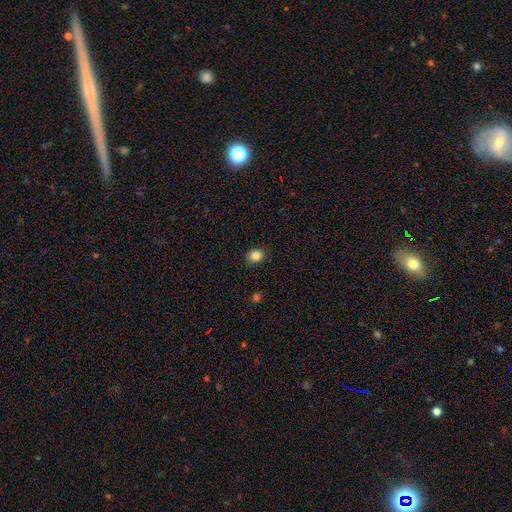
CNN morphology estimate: This appears to be a smooth galaxy with no disk features (85%) that is round (58%). Merging: none (89%).